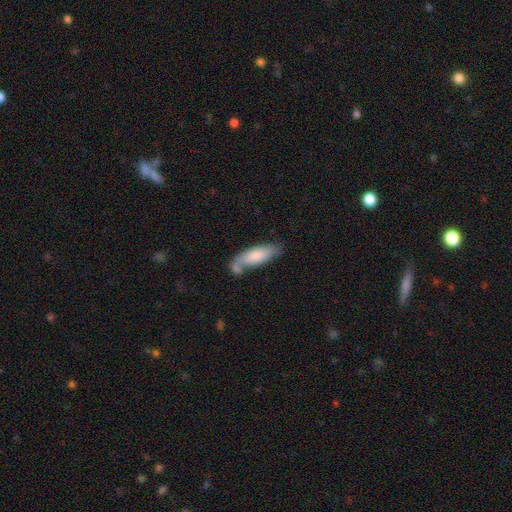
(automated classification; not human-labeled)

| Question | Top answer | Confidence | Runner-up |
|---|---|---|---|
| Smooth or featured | smooth | 77% | featured or disk (17%) |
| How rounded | in between | 64% | cigar-shaped (34%) |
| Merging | none | 49% | merger (23%) |